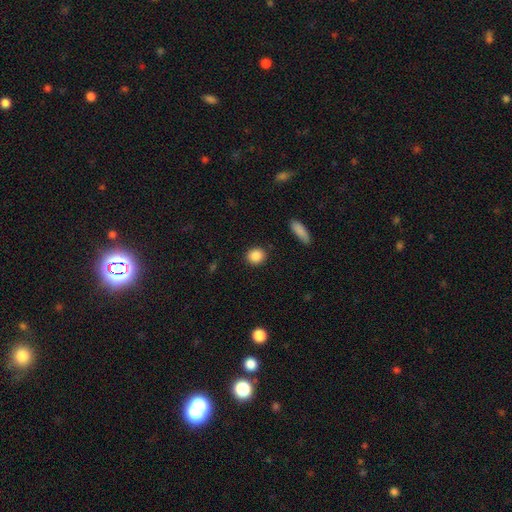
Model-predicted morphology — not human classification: smooth 88%, star or artifact 8%, featured or disk 4%. Down the decision tree: how rounded — round (80%); merging — none (90%).